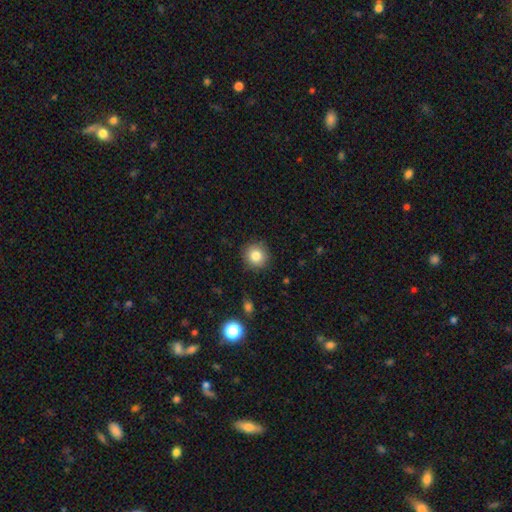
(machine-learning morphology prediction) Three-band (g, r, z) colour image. It shows a smooth galaxy with no disk features (83%) that is round (92%). Merging: none (89%).